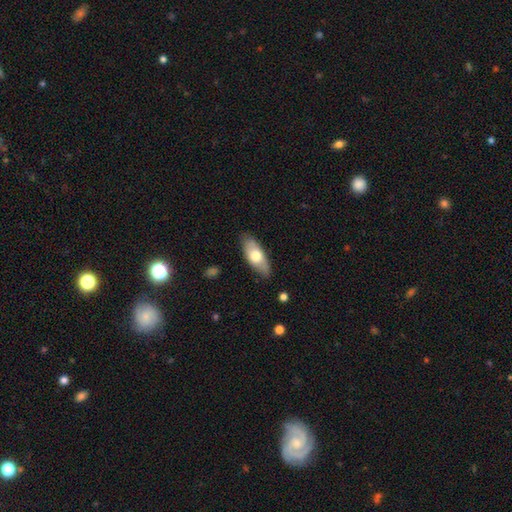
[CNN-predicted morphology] Overall: smooth (65%; featured or disk 30%). How rounded: in between (82%). Merging: none (84%).